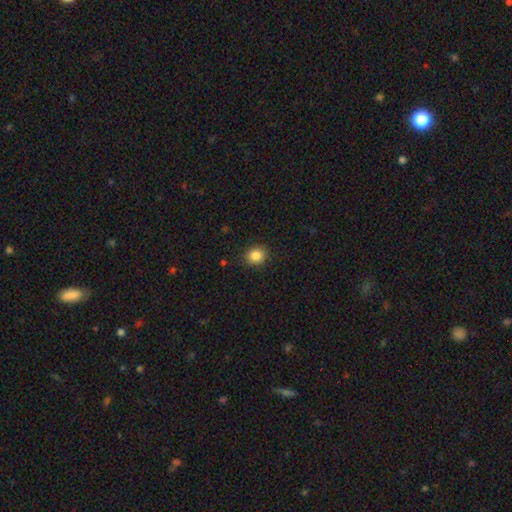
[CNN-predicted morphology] Smooth or featured? Predicted: smooth (p=0.85). How rounded? Predicted: round (p=0.75). Merging? Predicted: none (p=0.89).